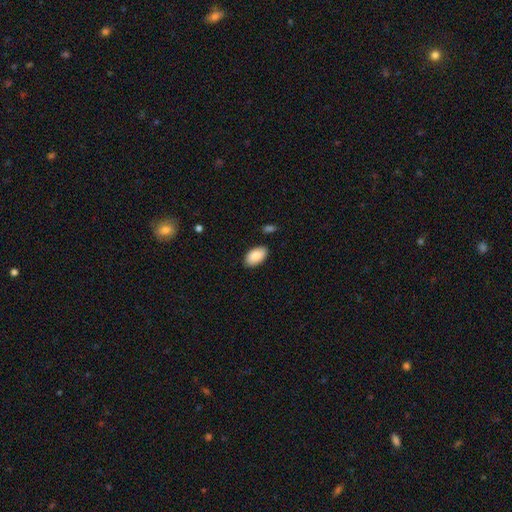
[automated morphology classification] Smooth or featured? smooth (89%)
How rounded? in between (95%)
Merging? none (86%)